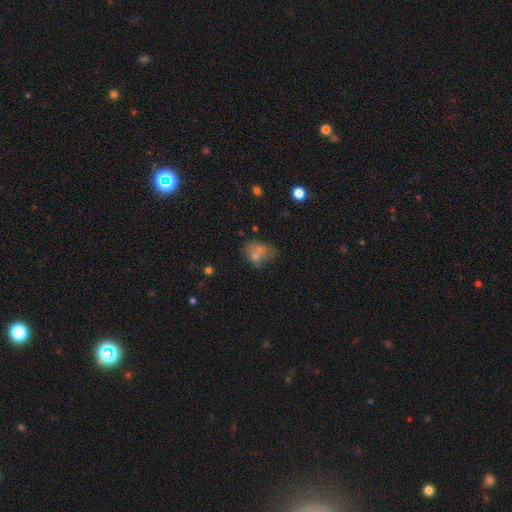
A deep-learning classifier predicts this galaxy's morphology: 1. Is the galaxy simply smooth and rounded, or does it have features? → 56% smooth, 24% star or artifact, 20% featured or disk.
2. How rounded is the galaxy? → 59% in between, 38% round, 2% cigar-shaped.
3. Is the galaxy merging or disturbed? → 35% none, 24% merger, 21% minor disturbance, 19% major disturbance.